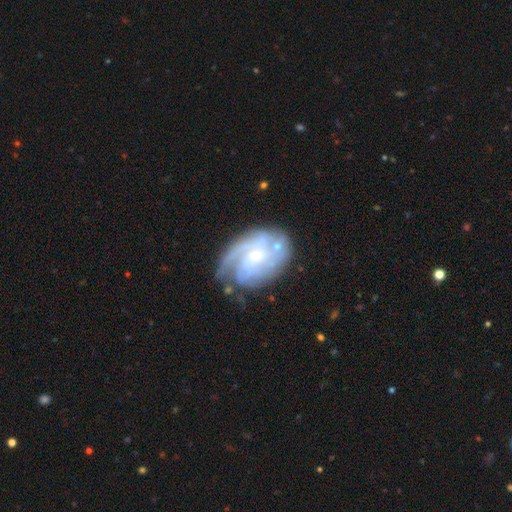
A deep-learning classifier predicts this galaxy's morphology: featured or disk 83%, smooth 11%, star or artifact 6%. Down the decision tree: edge-on disk — no (97%); bar — no (59%); spiral arms — yes (93%); spiral arm count — can't tell (36%); spiral winding — tight (54%); bulge size — small (68%); merging — none (60%).